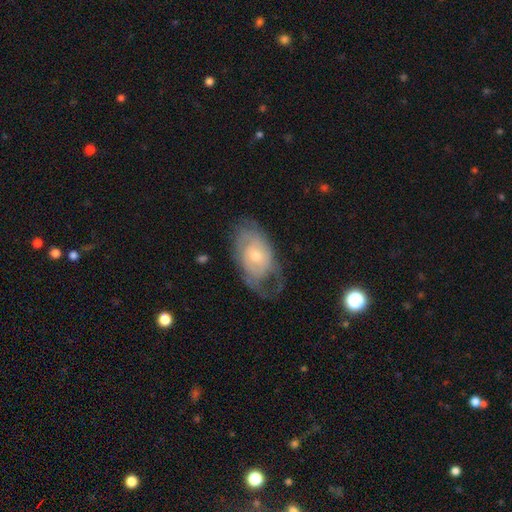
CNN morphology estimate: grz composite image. It shows a featured or disk galaxy (72%) with no bar (71%), tight (58%) spiral arms (80%) and a moderate central bulge (48%). Merging: none (51%).